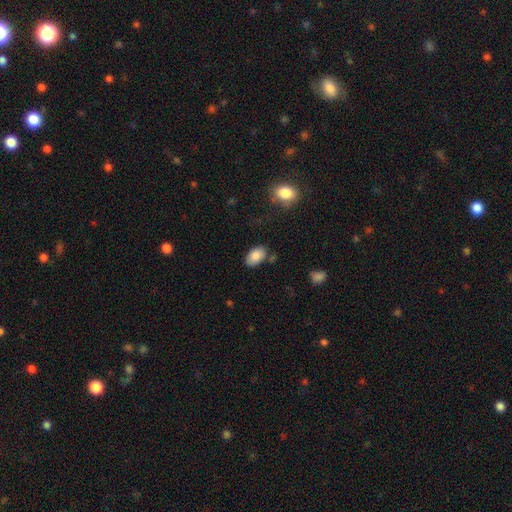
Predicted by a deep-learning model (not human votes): Smooth or featured: smooth — 86% (star or artifact — 7%)
How rounded: in between — 93% (round — 6%)
Merging: none — 79% (minor disturbance — 13%)